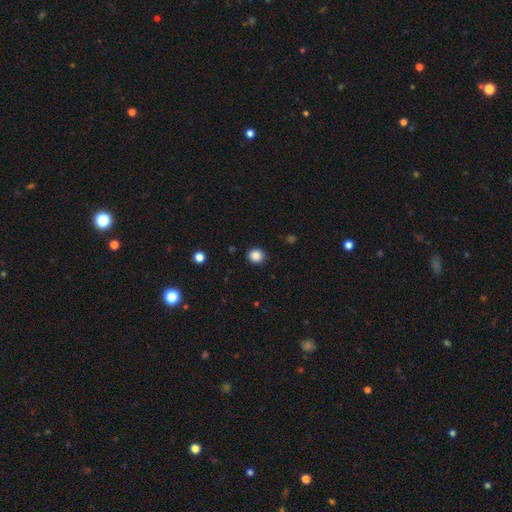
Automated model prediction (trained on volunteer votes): This appears to be a smooth galaxy with no disk features (87%) that is round (84%). Merging: none (91%).